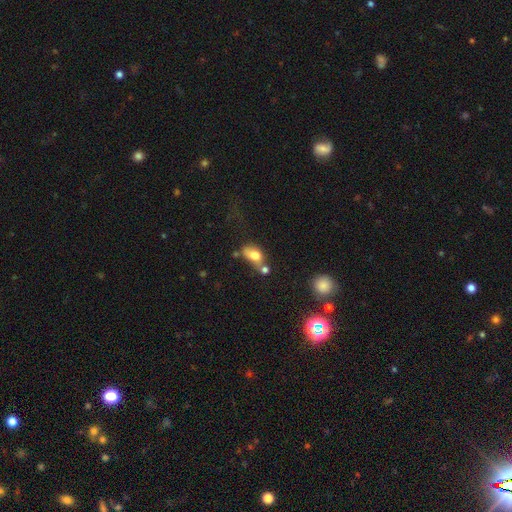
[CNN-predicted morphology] Q: Smooth or featured?
A: smooth (74%); runner-up: featured or disk (16%)
Q: How rounded?
A: in between (80%); runner-up: round (17%)
Q: Merging?
A: merger (37%); runner-up: none (30%)